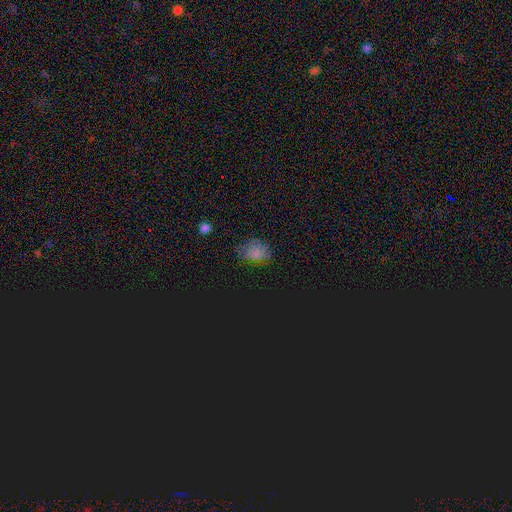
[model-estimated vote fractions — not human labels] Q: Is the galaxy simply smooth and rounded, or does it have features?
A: smooth — 54%.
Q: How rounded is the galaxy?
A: in between — 51%.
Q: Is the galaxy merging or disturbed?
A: none — 74%.